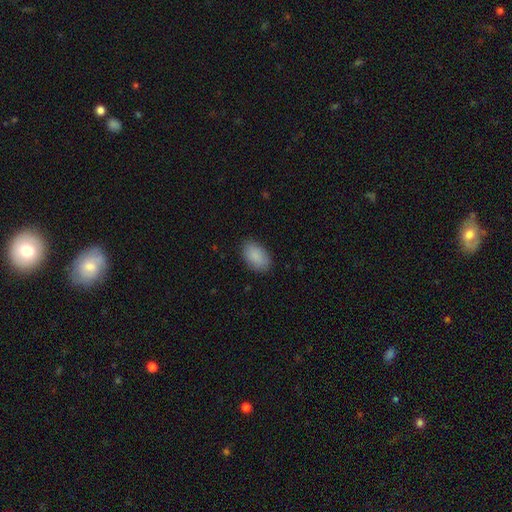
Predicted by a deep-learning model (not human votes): Smooth or featured: smooth — 89% (star or artifact — 7%)
How rounded: in between — 92% (round — 7%)
Merging: none — 85% (minor disturbance — 11%)